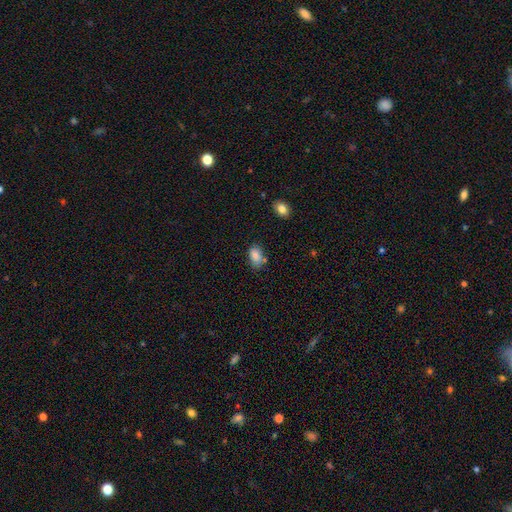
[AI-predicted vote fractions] A smooth galaxy with no disk features (85%) that is in between round and cigar-shaped (88%).

Vote fractions:
- Smooth or featured? smooth: 85% / star or artifact: 9% / featured or disk: 6%
- How rounded? in between: 88% / round: 10% / cigar-shaped: 2%
- Merging? none: 65% / minor disturbance: 23% / merger: 7% / major disturbance: 5%